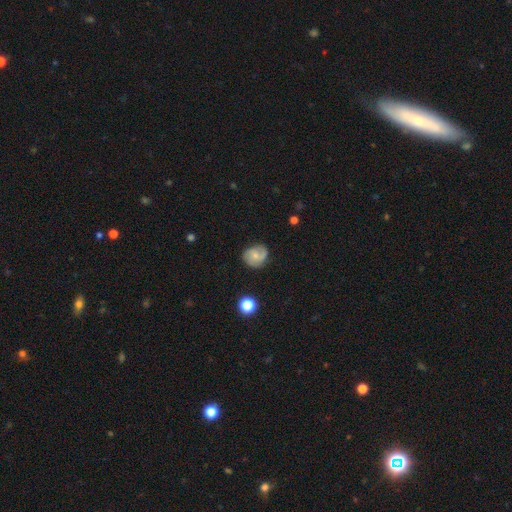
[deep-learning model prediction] Smooth or featured?
  - featured or disk: 48% *
  - smooth: 43%
  - star or artifact: 9%
Merging?
  - none: 70% *
  - minor disturbance: 22%
  - major disturbance: 7%
  - merger: 2%